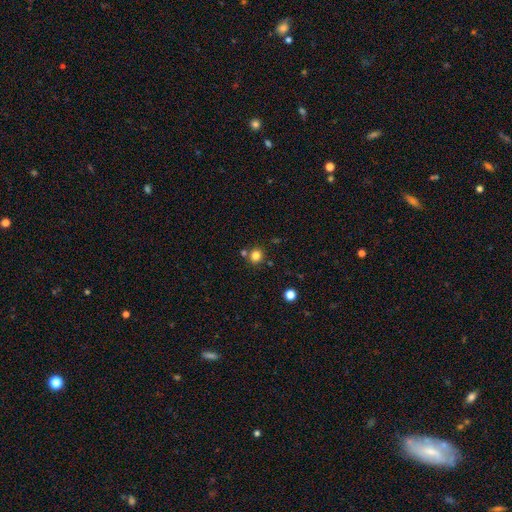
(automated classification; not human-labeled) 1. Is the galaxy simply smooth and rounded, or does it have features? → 81% smooth, 13% star or artifact, 6% featured or disk.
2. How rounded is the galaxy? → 85% round, 14% in between, 1% cigar-shaped.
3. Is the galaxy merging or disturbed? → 77% none, 12% merger, 9% minor disturbance, 3% major disturbance.